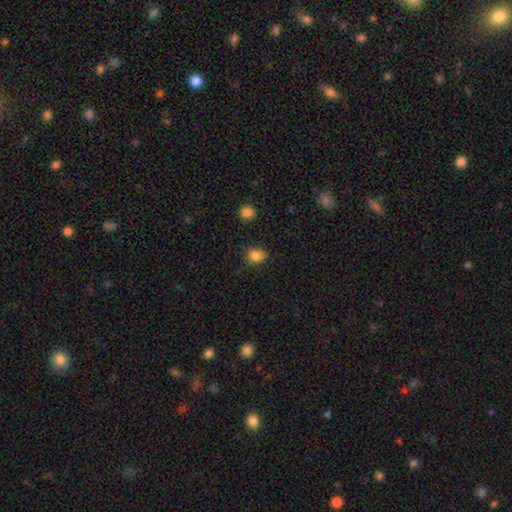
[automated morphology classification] type=smooth (83%); roundness=round (54%); merging=none (76%).